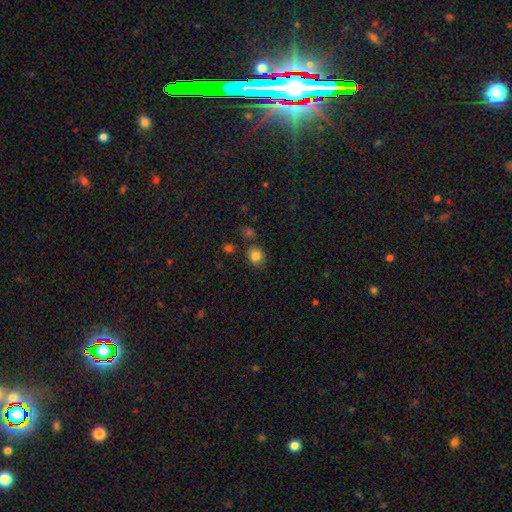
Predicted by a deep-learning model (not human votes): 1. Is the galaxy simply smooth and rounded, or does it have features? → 83% smooth, 11% star or artifact, 6% featured or disk.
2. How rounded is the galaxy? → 75% round, 24% in between, 1% cigar-shaped.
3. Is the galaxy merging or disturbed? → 79% none, 12% minor disturbance, 6% merger, 3% major disturbance.